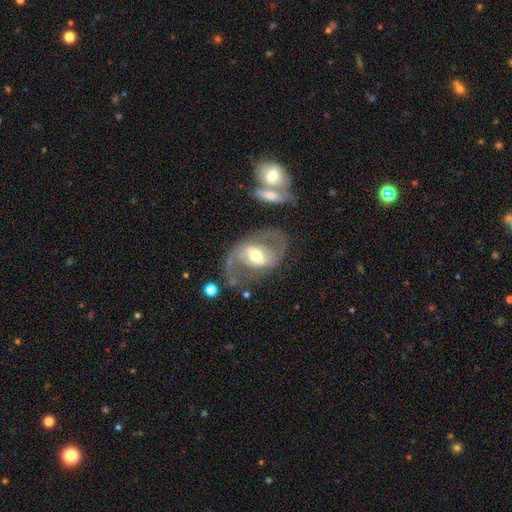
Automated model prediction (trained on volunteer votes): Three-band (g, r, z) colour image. It shows a featured or disk galaxy (82%) with a strong bar (42%), 2 (85%) medium (50%) spiral arms (83%) and a moderate central bulge (68%). Merging: none (64%).